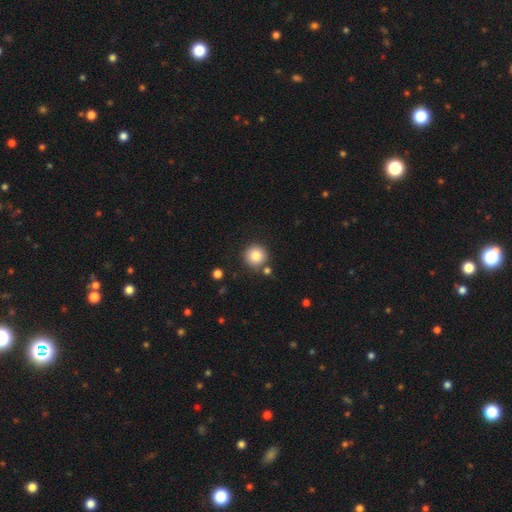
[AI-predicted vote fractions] A smooth galaxy with no disk features (84%) that is round (95%).

Vote fractions:
- Smooth or featured? smooth: 84% / star or artifact: 10% / featured or disk: 6%
- How rounded? round: 95% / in between: 4% / cigar-shaped: 1%
- Merging? none: 82% / minor disturbance: 8% / merger: 8% / major disturbance: 3%